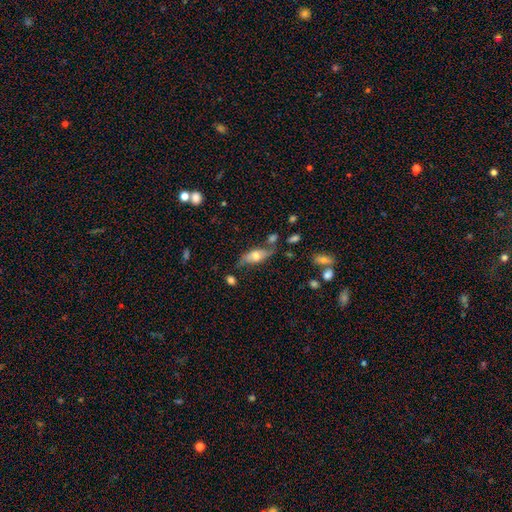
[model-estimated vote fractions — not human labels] Smooth or featured?
  - smooth: 54% *
  - featured or disk: 39%
  - star or artifact: 7%
How rounded?
  - in between: 80% *
  - cigar-shaped: 16%
  - round: 3%
Merging?
  - none: 57% *
  - minor disturbance: 25%
  - merger: 10%
  - major disturbance: 8%